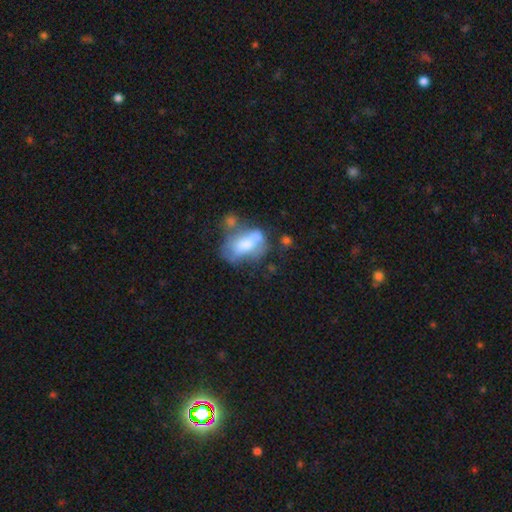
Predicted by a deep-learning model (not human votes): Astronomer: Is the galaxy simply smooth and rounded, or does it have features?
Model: featured or disk — 49% (runner-up: smooth, 35%).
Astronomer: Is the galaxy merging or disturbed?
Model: none — 42% (runner-up: merger, 24%).